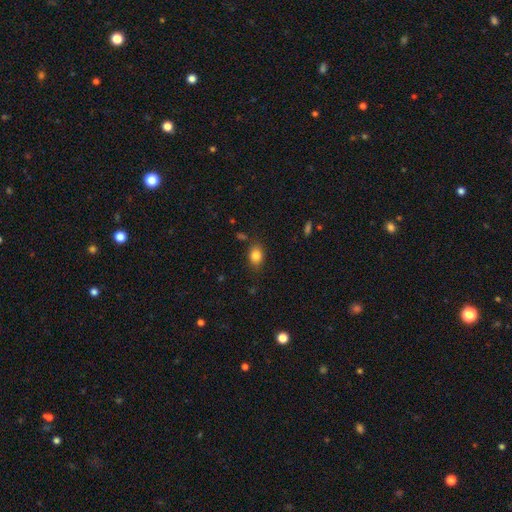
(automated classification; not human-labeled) Q: Smooth or featured?
A: smooth (83%); runner-up: star or artifact (10%)
Q: How rounded?
A: in between (67%); runner-up: round (32%)
Q: Merging?
A: none (78%); runner-up: minor disturbance (15%)